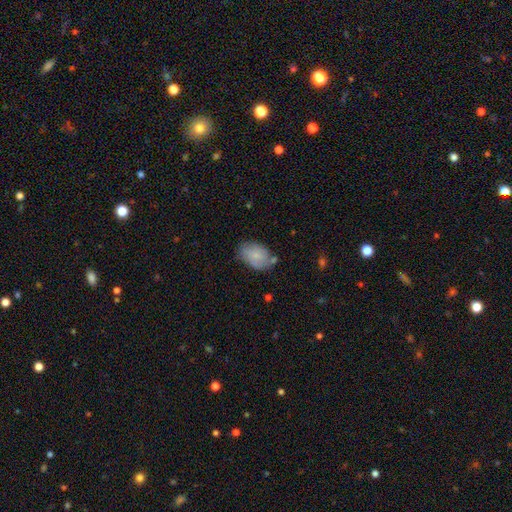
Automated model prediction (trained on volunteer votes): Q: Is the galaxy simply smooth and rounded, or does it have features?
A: smooth — 73%.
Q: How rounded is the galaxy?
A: in between — 88%.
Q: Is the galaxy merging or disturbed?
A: none — 59%.